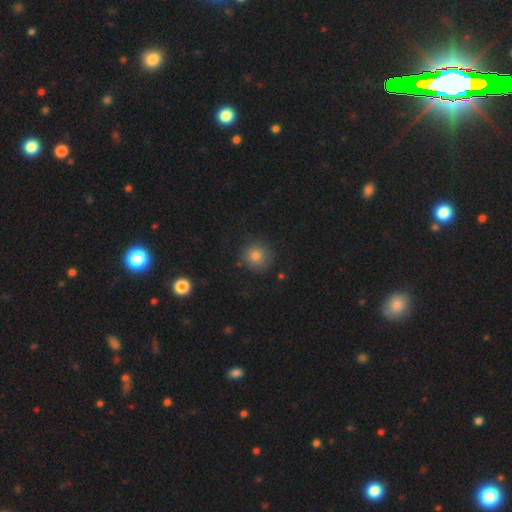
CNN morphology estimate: This is likely a smooth galaxy (79%). How rounded: clearly round (93%). Merging: clearly none (85%).